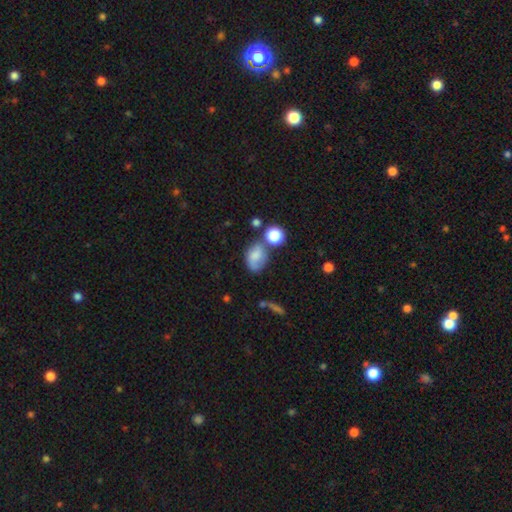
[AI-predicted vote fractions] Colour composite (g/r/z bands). It shows a smooth galaxy with no disk features (65%) that is in between round and cigar-shaped (74%). Merging: none (48%).